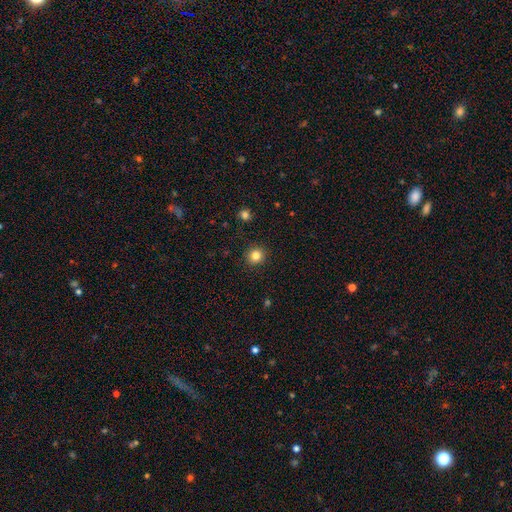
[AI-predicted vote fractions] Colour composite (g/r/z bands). It shows a smooth galaxy with no disk features (83%) that is round (91%). Merging: none (91%).